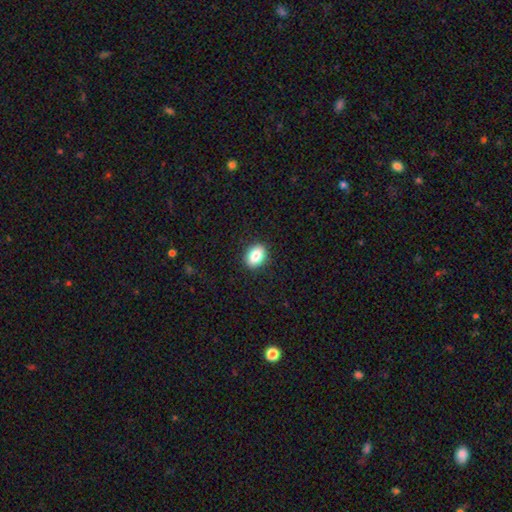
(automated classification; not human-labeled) This appears to be a smooth galaxy with no disk features (85%) that is in between round and cigar-shaped (72%). Merging: none (90%).